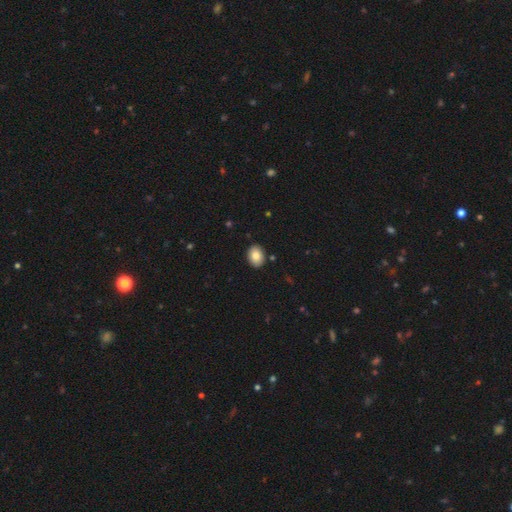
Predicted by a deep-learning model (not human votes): A smooth galaxy with no disk features (84%) that is in between round and cigar-shaped (65%). Merging: none (89%).